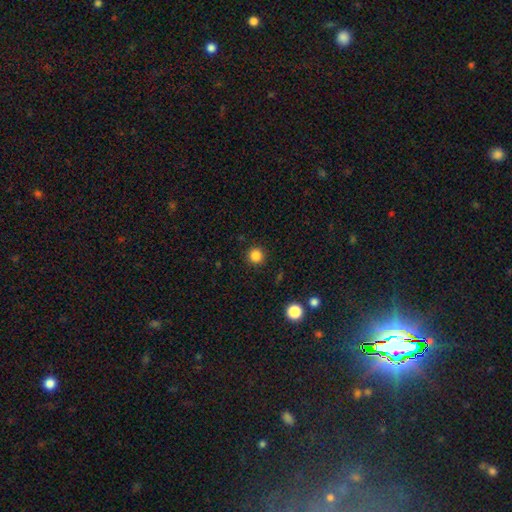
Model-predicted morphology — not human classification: Smooth or featured: smooth — 84% (star or artifact — 12%)
How rounded: round — 95% (in between — 4%)
Merging: none — 92% (minor disturbance — 5%)